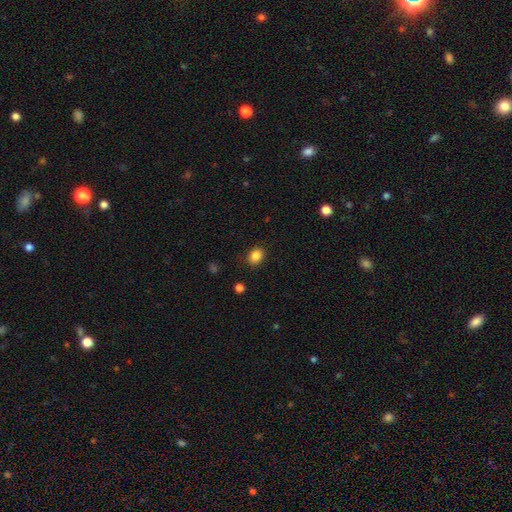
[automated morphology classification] Smooth or featured: smooth — 85% (star or artifact — 10%)
How rounded: round — 55% (in between — 44%)
Merging: none — 86% (minor disturbance — 10%)